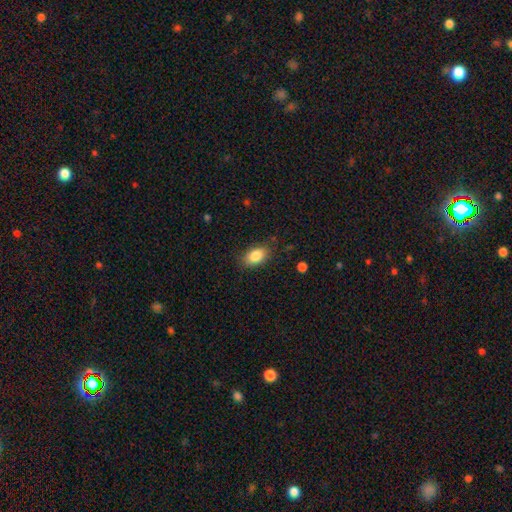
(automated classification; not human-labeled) A smooth galaxy with no disk features (86%) that is in between round and cigar-shaped (89%).

Vote fractions:
- Smooth or featured? smooth: 86% / star or artifact: 7% / featured or disk: 7%
- How rounded? in between: 89% / round: 9% / cigar-shaped: 2%
- Merging? none: 83% / minor disturbance: 13% / major disturbance: 3% / merger: 1%